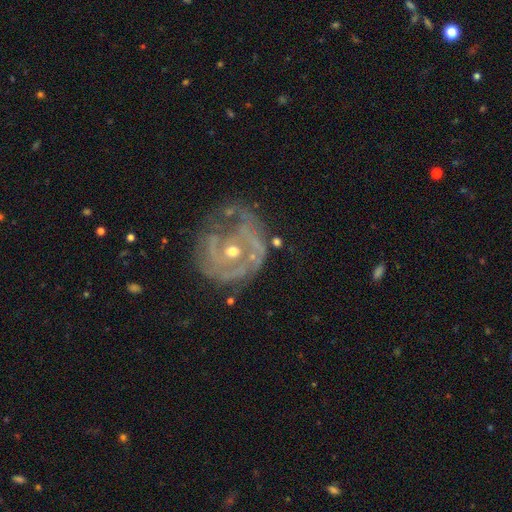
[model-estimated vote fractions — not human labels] A featured or disk galaxy (80%) with no bar (73%), tight (57%) spiral arms (75%) and a moderate central bulge (52%).

Vote fractions:
- Smooth or featured? featured or disk: 80% / smooth: 11% / star or artifact: 8%
- Edge-on disk? no: 97% / yes: 3%
- Bar? no: 73% / weak: 21% / strong: 7%
- Spiral arms? yes: 75% / no: 25%
- Spiral winding? tight: 57% / medium: 30% / loose: 13%
- Spiral arm count? can't tell: 37% / 2: 28% / 3: 14% / 1: 13% / 4: 5% / more than 4: 4%
- Bulge size? moderate: 52% / small: 44% / large: 2% / none: 1% / dominant: 1%
- Merging? none: 46% / minor disturbance: 25% / major disturbance: 25% / merger: 4%